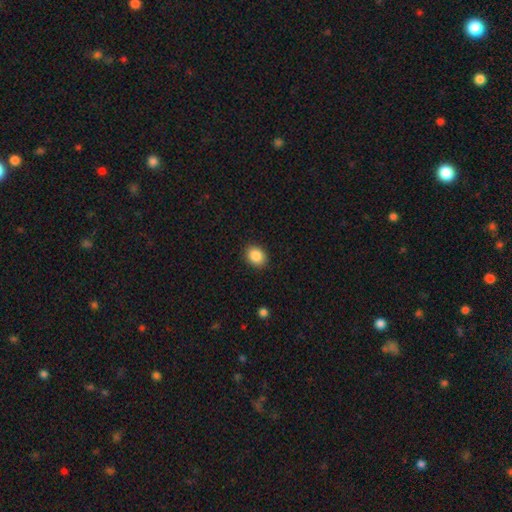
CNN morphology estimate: Smooth or featured? smooth (88%)
How rounded? in between (50%)
Merging? none (89%)